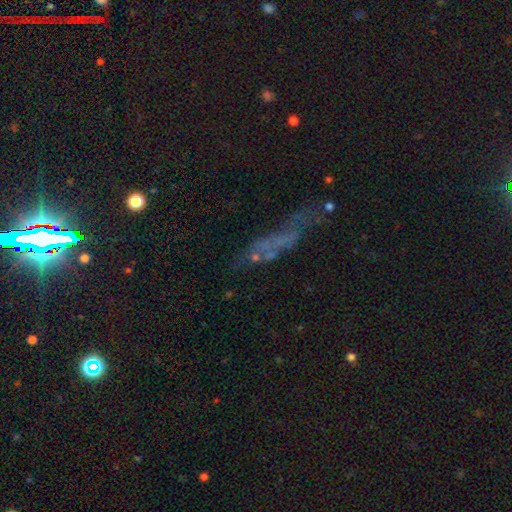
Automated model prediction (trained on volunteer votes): Smooth or featured? Predicted: featured or disk (p=0.42). Merging? Predicted: none (p=0.41).